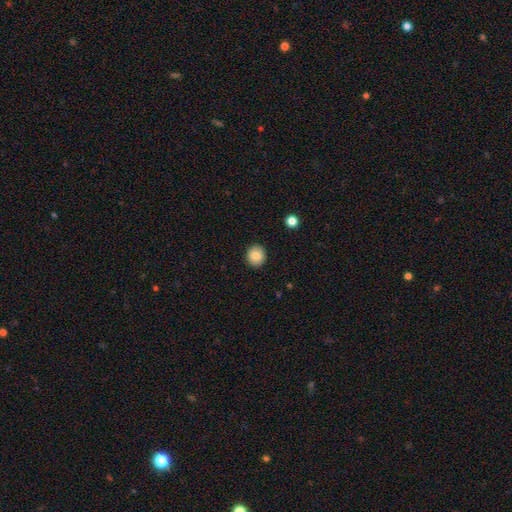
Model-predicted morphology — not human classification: A smooth galaxy with no disk features (84%) that is round (85%).

Vote fractions:
- Smooth or featured? smooth: 84% / star or artifact: 9% / featured or disk: 8%
- How rounded? round: 85% / in between: 14% / cigar-shaped: 1%
- Merging? none: 91% / minor disturbance: 6% / major disturbance: 2% / merger: 1%